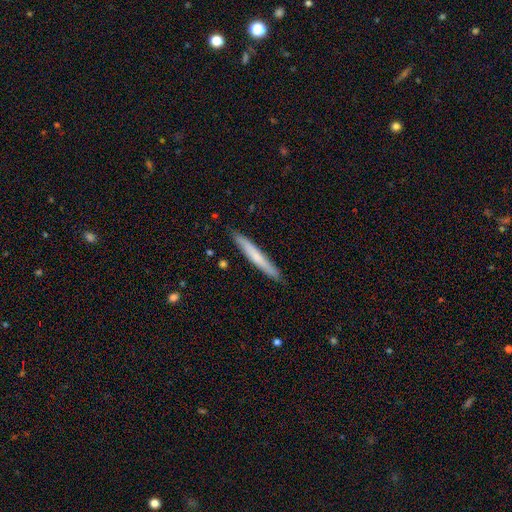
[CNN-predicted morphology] smooth 65%, featured or disk 30%, star or artifact 5%. Down the decision tree: how rounded — cigar-shaped (96%); merging — none (88%).